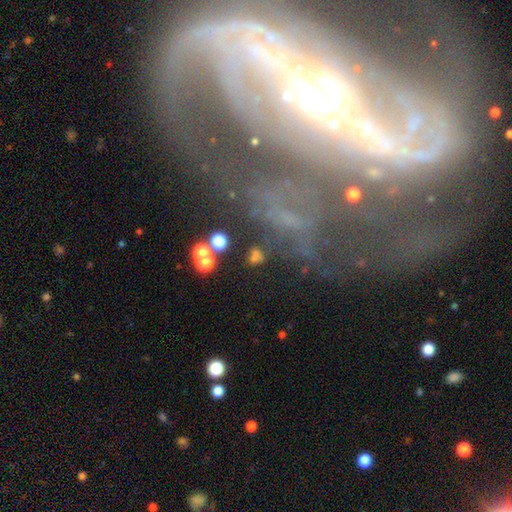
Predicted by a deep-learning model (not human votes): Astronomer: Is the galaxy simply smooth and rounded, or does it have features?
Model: smooth — 46% (runner-up: star or artifact, 31%).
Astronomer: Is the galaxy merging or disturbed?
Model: none — 68%.